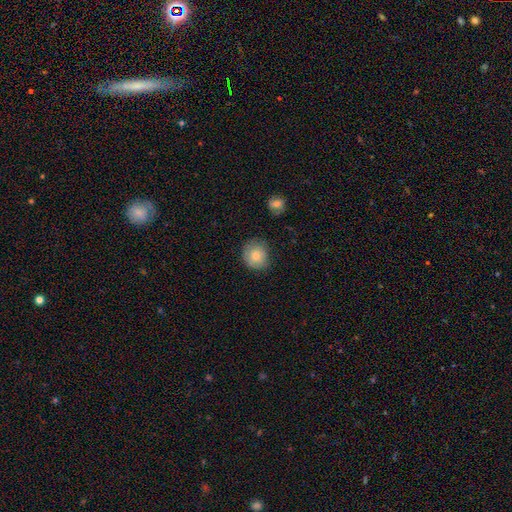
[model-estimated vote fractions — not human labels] smooth-or-featured: smooth: 75% | featured or disk: 17% | star or artifact: 9%
  how-rounded: round: 90% | in between: 10% | cigar-shaped: 1%
  merging: none: 74% | minor disturbance: 20% | major disturbance: 4% | merger: 2%